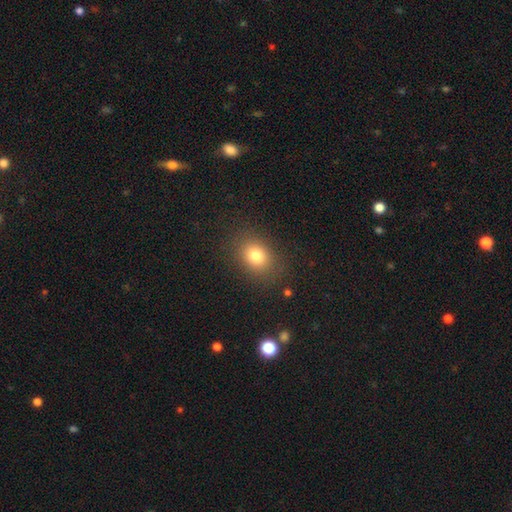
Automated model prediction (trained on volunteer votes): A smooth galaxy with no disk features (79%) that is in between round and cigar-shaped (52%).

Vote fractions:
- Smooth or featured? smooth: 79% / star or artifact: 13% / featured or disk: 9%
- How rounded? in between: 52% / round: 47% / cigar-shaped: 1%
- Merging? none: 85% / minor disturbance: 10% / major disturbance: 4% / merger: 1%